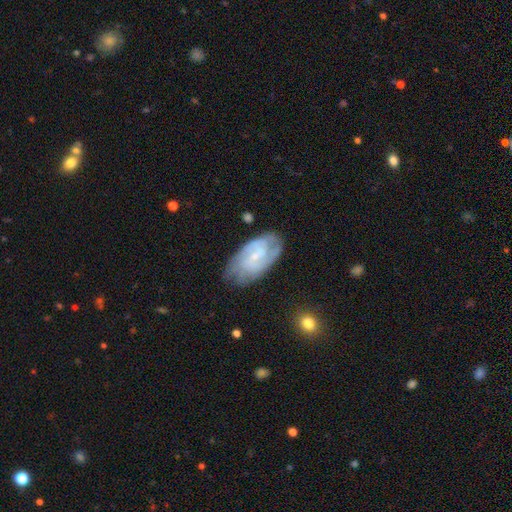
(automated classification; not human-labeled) Overall: featured or disk (75%). Edge-on disk: no (96%). Bar: weak (50%; no 37%). Spiral arms: yes (90%). Spiral arm count: 2 (42%; can't tell 34%). Spiral winding: tight (53%; medium 37%). Bulge size: small (71%). Merging: none (68%).